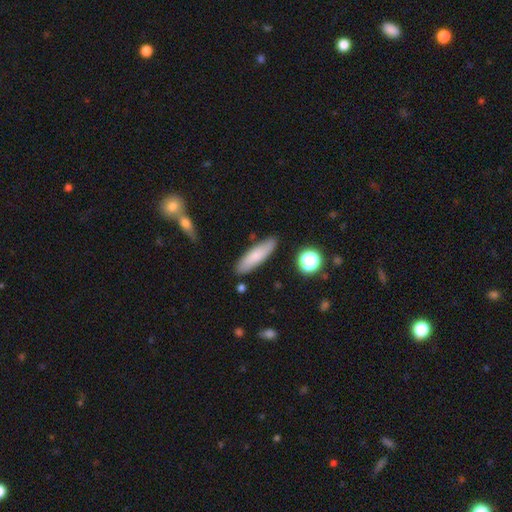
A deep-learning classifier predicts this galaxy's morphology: Smooth or featured? smooth (76%)
How rounded? cigar-shaped (65%)
Merging? none (85%)